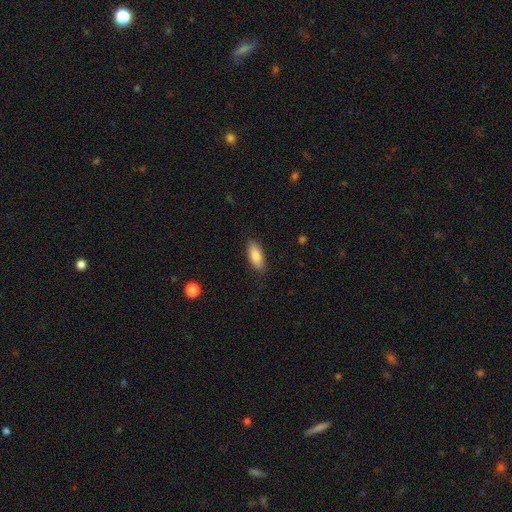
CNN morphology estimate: Smooth or featured? smooth (84%)
How rounded? in between (75%)
Merging? none (87%)